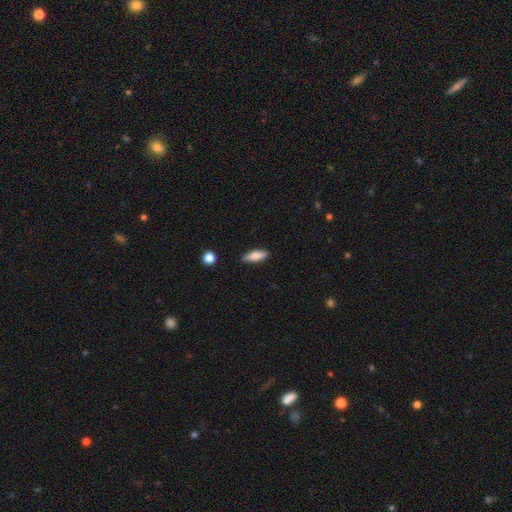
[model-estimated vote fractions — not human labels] A smooth galaxy with no disk features (81%) that is in between round and cigar-shaped (59%).

Vote fractions:
- Smooth or featured? smooth: 81% / featured or disk: 12% / star or artifact: 7%
- How rounded? in between: 59% / cigar-shaped: 39% / round: 2%
- Merging? none: 86% / minor disturbance: 11% / major disturbance: 2% / merger: 2%